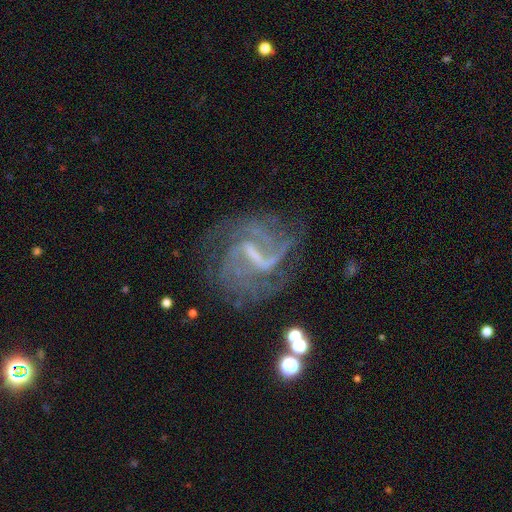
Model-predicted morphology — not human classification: Smooth or featured?
  - featured or disk: 87% *
  - star or artifact: 8%
  - smooth: 5%
Edge-on disk?
  - no: 97% *
  - yes: 3%
Bar?
  - strong: 49% *
  - weak: 41%
  - no: 10%
Spiral arms?
  - yes: 94% *
  - no: 6%
Spiral winding?
  - medium: 48% *
  - tight: 26%
  - loose: 26%
Spiral arm count?
  - 2: 46% *
  - can't tell: 20%
  - 3: 17%
  - 4: 6%
  - 1: 6%
  - more than 4: 5%
Bulge size?
  - none: 42% *
  - small: 38%
  - moderate: 17%
  - large: 2%
  - dominant: 1%
Merging?
  - none: 60% *
  - major disturbance: 19%
  - minor disturbance: 18%
  - merger: 3%